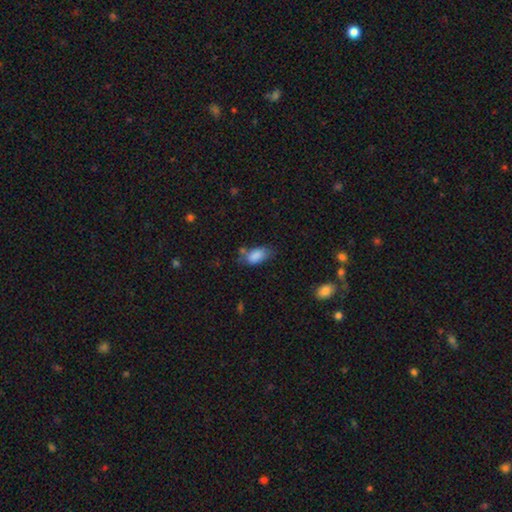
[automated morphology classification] Smooth or featured: smooth — 85% (star or artifact — 8%)
How rounded: in between — 91% (round — 5%)
Merging: none — 50% (minor disturbance — 29%)